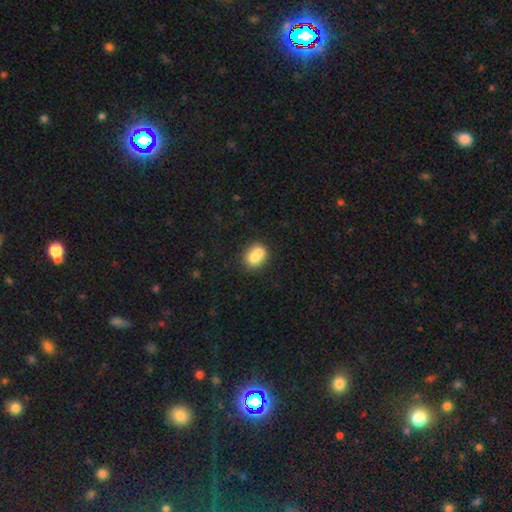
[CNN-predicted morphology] A smooth galaxy with no disk features (72%) that is round (58%). Merging: merger (49%).